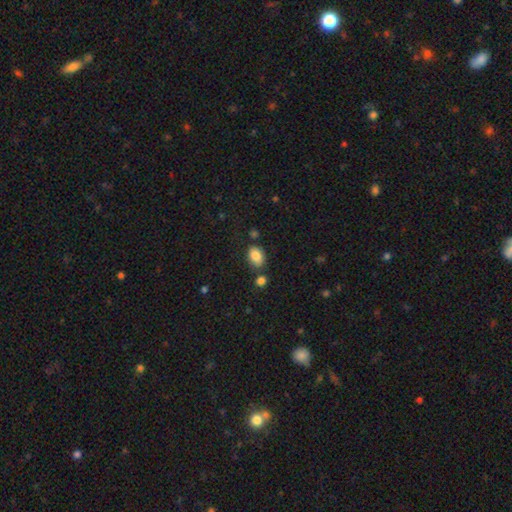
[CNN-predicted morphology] A smooth galaxy with no disk features (85%) that is in between round and cigar-shaped (78%). Merging: none (70%).